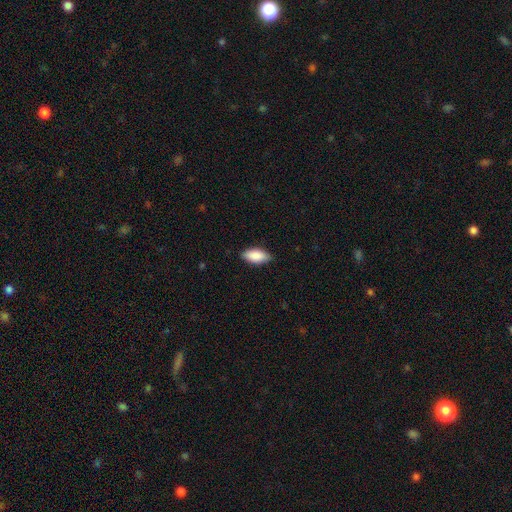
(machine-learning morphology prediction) Smooth or featured? Predicted: smooth (p=0.88). How rounded? Predicted: in between (p=0.91). Merging? Predicted: none (p=0.85).